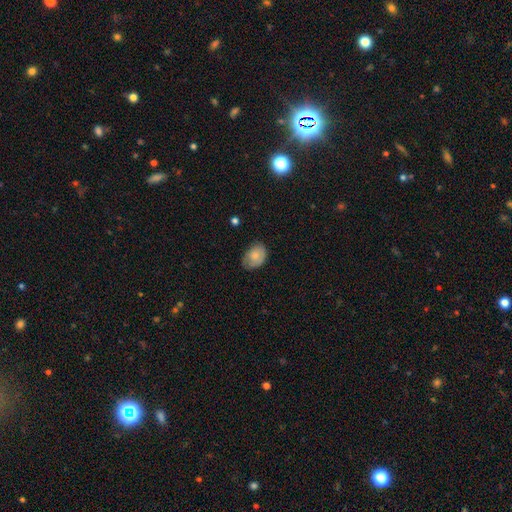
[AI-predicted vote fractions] Smooth or featured? smooth (75%)
How rounded? in between (77%)
Merging? none (62%)